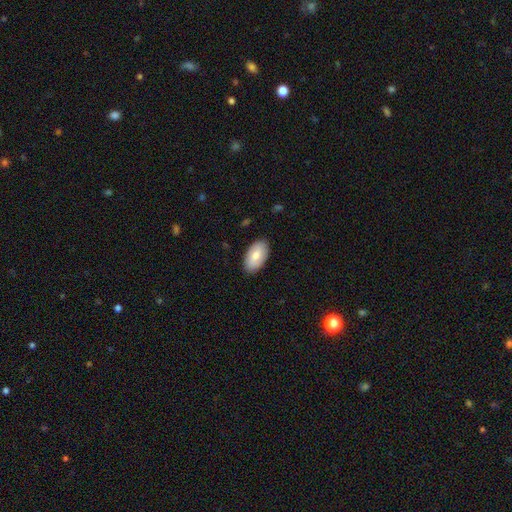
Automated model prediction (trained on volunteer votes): smooth_or_featured: smooth (p=0.75) [alt: featured or disk p=0.19]
how_rounded: in between (p=0.95) [alt: round p=0.03]
merging: none (p=0.87) [alt: minor disturbance p=0.10]